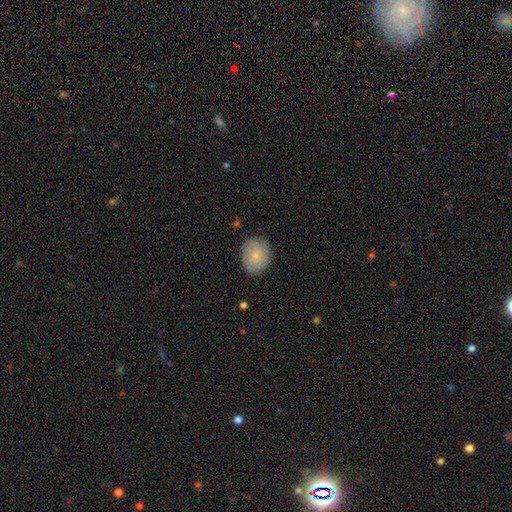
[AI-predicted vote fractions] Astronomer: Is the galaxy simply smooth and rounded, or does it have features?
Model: smooth — 79%.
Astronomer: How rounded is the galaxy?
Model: round — 63%.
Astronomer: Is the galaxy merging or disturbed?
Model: none — 84%.